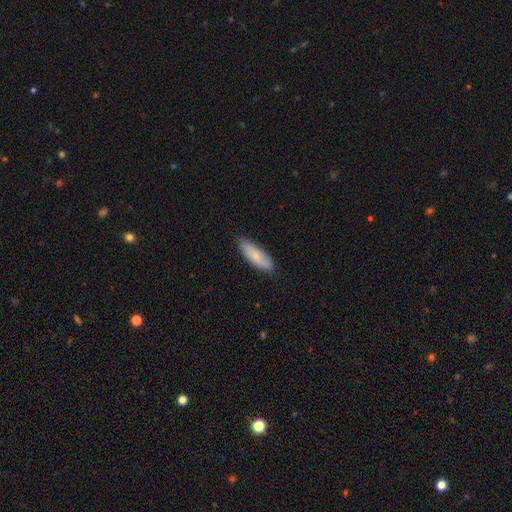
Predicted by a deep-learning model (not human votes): Smooth or featured? Predicted: smooth (p=0.74). How rounded? Predicted: in between (p=0.57). Merging? Predicted: none (p=0.80).